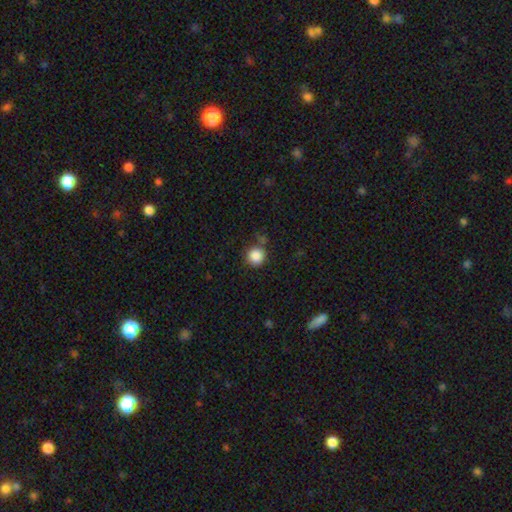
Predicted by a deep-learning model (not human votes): A smooth galaxy with no disk features (87%) that is round (93%).

Vote fractions:
- Smooth or featured? smooth: 87% / star or artifact: 10% / featured or disk: 3%
- How rounded? round: 93% / in between: 6% / cigar-shaped: 1%
- Merging? none: 77% / minor disturbance: 13% / merger: 6% / major disturbance: 4%